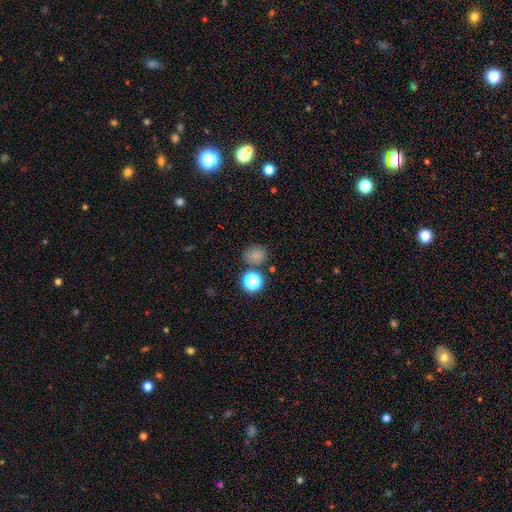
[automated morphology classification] Q: Smooth or featured?
A: smooth (74%); runner-up: star or artifact (20%)
Q: How rounded?
A: round (73%); runner-up: in between (26%)
Q: Merging?
A: none (73%); runner-up: minor disturbance (12%)